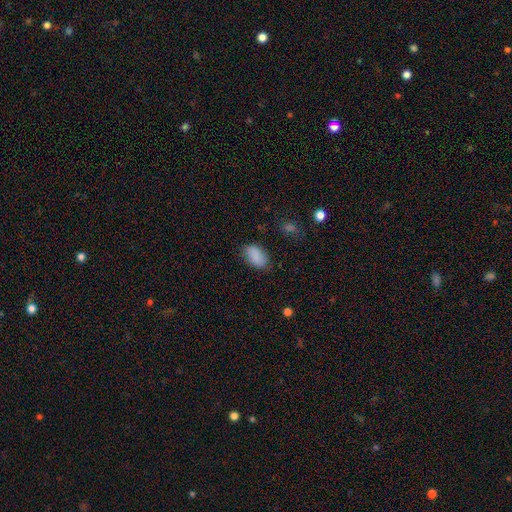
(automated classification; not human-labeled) Overall: smooth (84%). How rounded: in between (92%). Merging: none (77%).